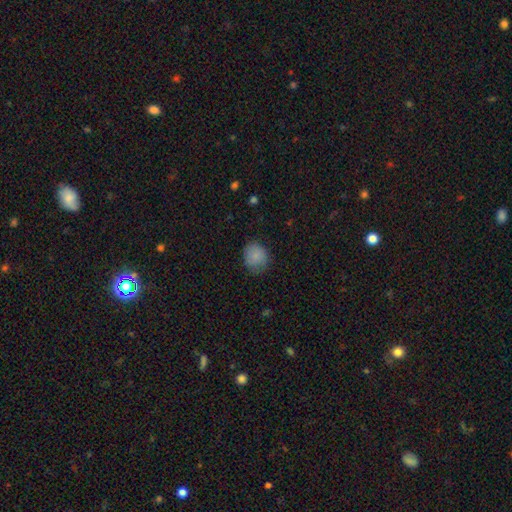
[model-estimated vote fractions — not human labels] Morphology: type=smooth (84%); roundness=round (72%); merging=none (72%).